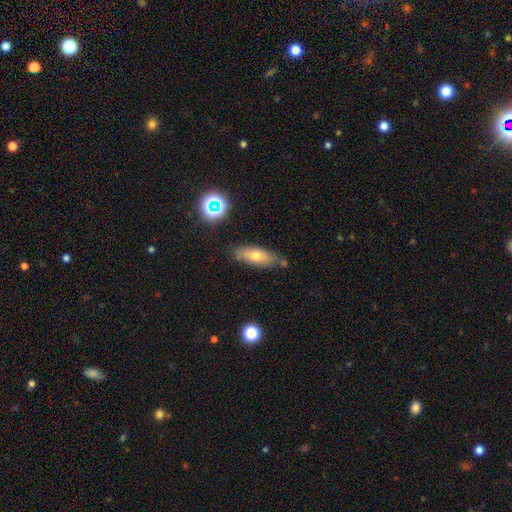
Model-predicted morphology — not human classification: This appears to be a smooth galaxy with no disk features (65%) that is in between round and cigar-shaped (68%). Merging: none (71%).